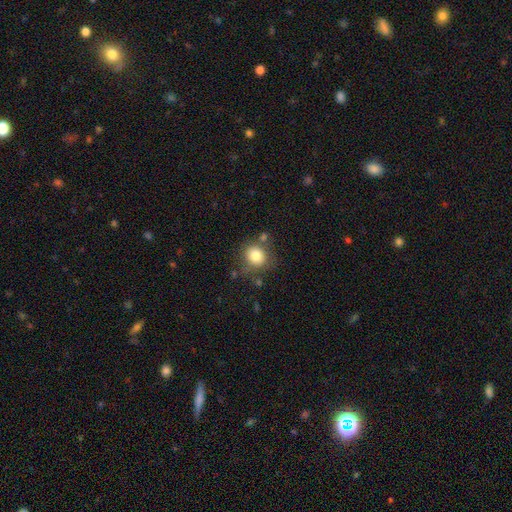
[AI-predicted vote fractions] The model was most divided on "merging": none: 72%, minor disturbance: 15%, merger: 8%, major disturbance: 5%. More confident: smooth or featured — smooth (82%); how rounded — round (80%).